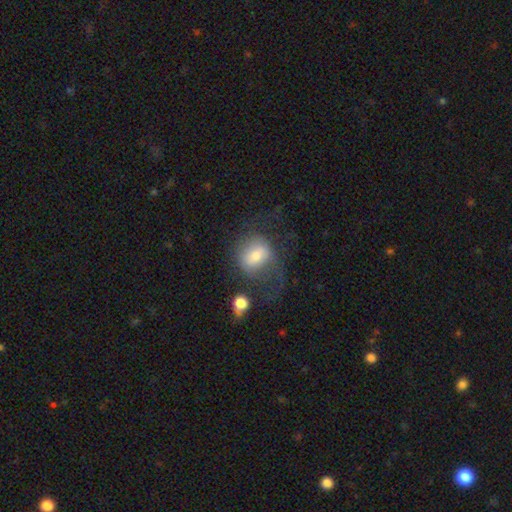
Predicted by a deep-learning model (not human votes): smooth 62%, featured or disk 28%, star or artifact 10%. Down the decision tree: how rounded — round (56%); merging — none (37%).